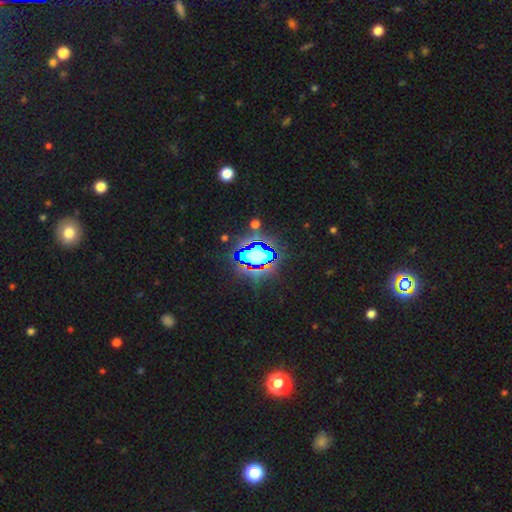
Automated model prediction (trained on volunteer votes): A star or artifact, not a galaxy (66%).

Vote fractions:
- Smooth or featured? star or artifact: 66% / smooth: 20% / featured or disk: 14%